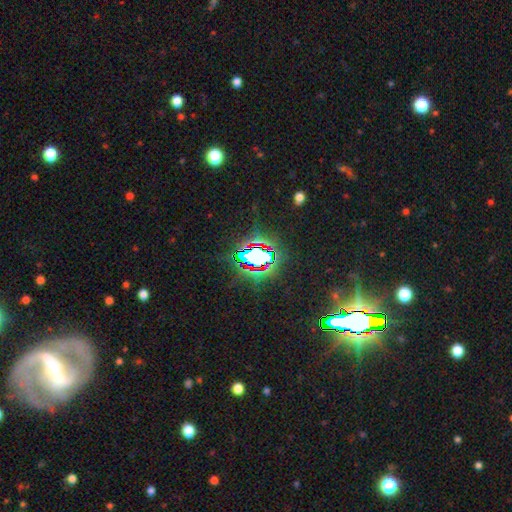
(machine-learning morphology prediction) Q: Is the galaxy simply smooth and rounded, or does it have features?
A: star or artifact — 77%.